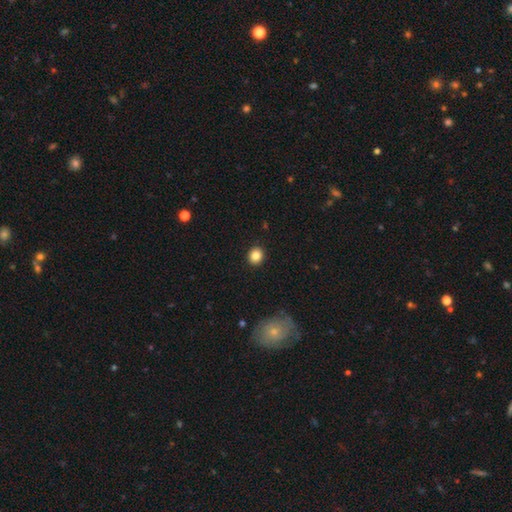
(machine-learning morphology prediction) Smooth or featured?
  - smooth: 85% *
  - star or artifact: 10%
  - featured or disk: 5%
How rounded?
  - round: 82% *
  - in between: 17%
  - cigar-shaped: 1%
Merging?
  - none: 92% *
  - minor disturbance: 5%
  - major disturbance: 2%
  - merger: 1%